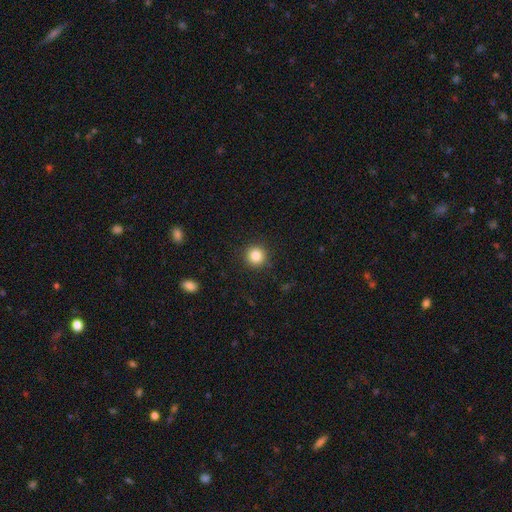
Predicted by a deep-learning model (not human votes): Smooth or featured?
  - smooth: 84% *
  - star or artifact: 11%
  - featured or disk: 5%
How rounded?
  - round: 95% *
  - in between: 4%
  - cigar-shaped: 1%
Merging?
  - none: 91% *
  - minor disturbance: 5%
  - major disturbance: 2%
  - merger: 1%